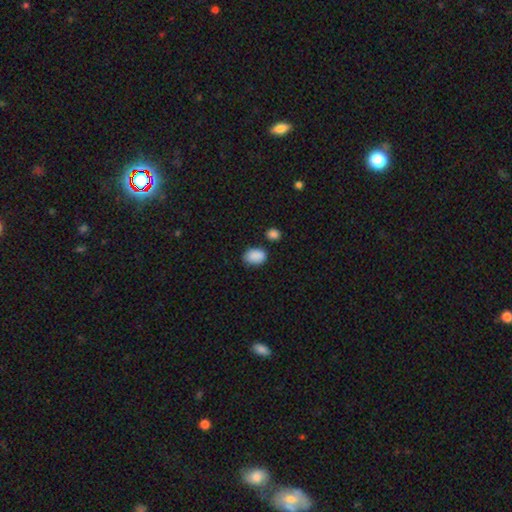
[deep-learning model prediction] A smooth galaxy with no disk features (89%) that is in between round and cigar-shaped (77%). Merging: none (74%).